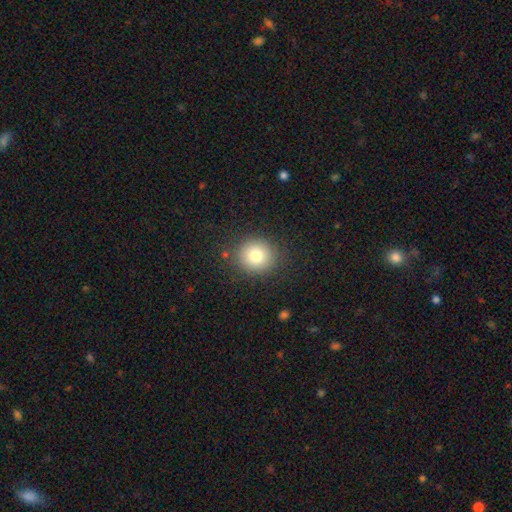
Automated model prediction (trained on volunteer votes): This is likely a smooth galaxy (79%). How rounded: clearly round (88%). Merging: clearly none (87%).